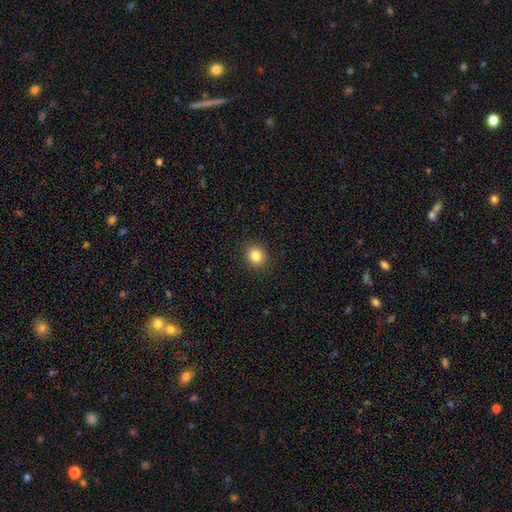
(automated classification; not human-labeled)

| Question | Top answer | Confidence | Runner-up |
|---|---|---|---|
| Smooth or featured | smooth | 84% | star or artifact (11%) |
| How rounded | round | 83% | in between (16%) |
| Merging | none | 91% | minor disturbance (6%) |